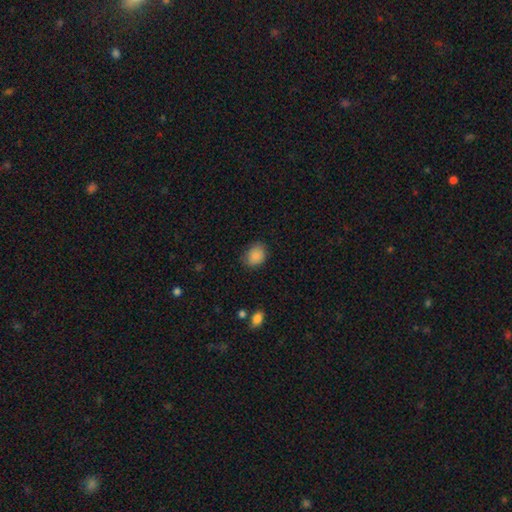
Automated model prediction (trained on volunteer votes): A smooth galaxy with no disk features (87%) that is in between round and cigar-shaped (52%).

Vote fractions:
- Smooth or featured? smooth: 87% / star or artifact: 9% / featured or disk: 4%
- How rounded? in between: 52% / round: 47% / cigar-shaped: 1%
- Merging? none: 72% / minor disturbance: 22% / major disturbance: 5% / merger: 1%